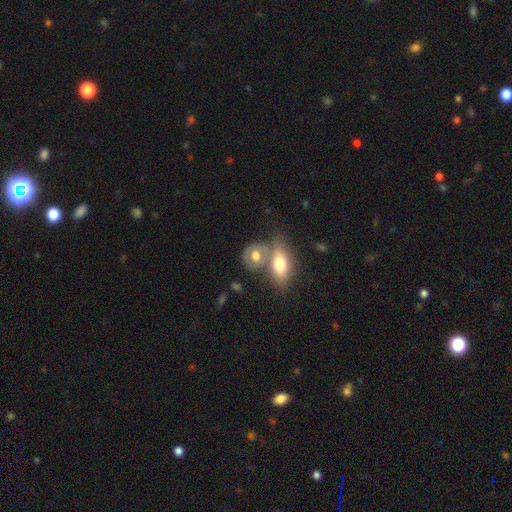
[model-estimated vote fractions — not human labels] Smooth or featured?
  - smooth: 63% *
  - featured or disk: 29%
  - star or artifact: 8%
How rounded?
  - in between: 54% *
  - round: 42%
  - cigar-shaped: 3%
Merging?
  - merger: 46% *
  - none: 36%
  - minor disturbance: 13%
  - major disturbance: 6%